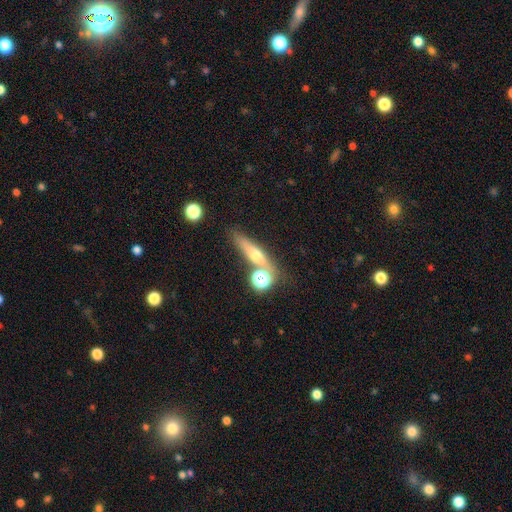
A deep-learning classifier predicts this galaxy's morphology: Smooth or featured? Predicted: smooth (p=0.44). Merging? Predicted: none (p=0.68).